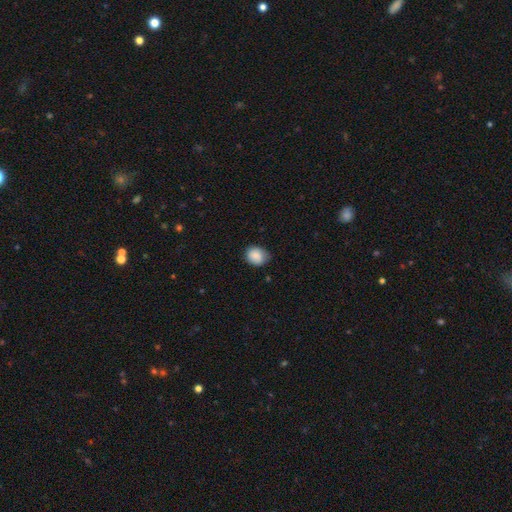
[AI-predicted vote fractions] Morphology: type=smooth (87%); roundness=round (57%); merging=none (72%).